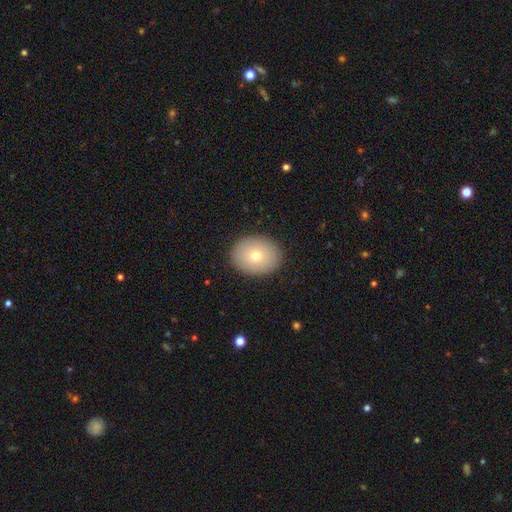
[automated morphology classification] This is likely a smooth galaxy (75%). How rounded: possibly round (54%). Merging: clearly none (90%).